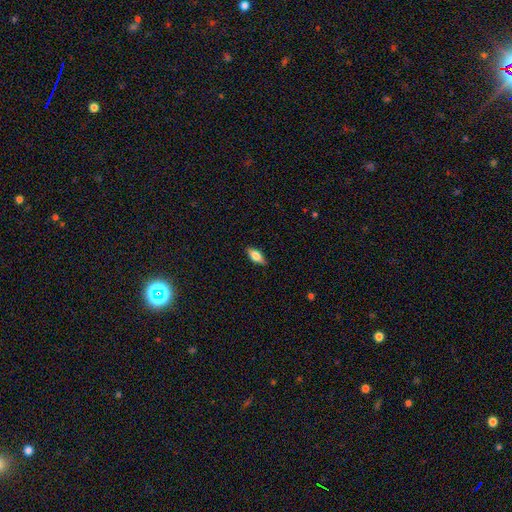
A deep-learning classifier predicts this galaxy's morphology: Smooth or featured? smooth (68%)
How rounded? in between (81%)
Merging? none (86%)